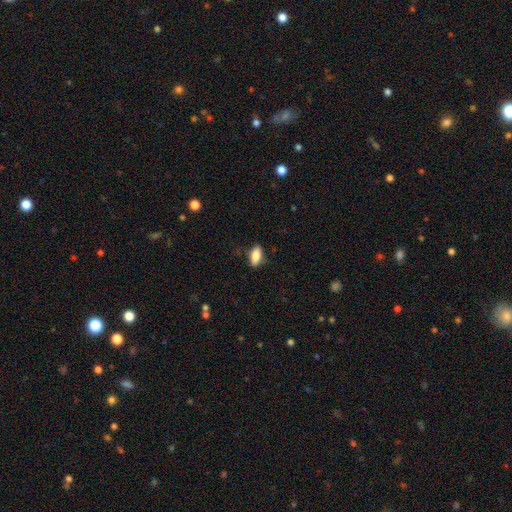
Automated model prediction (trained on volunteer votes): Smooth or featured?
  - smooth: 82% *
  - featured or disk: 11%
  - star or artifact: 7%
How rounded?
  - in between: 81% *
  - cigar-shaped: 15%
  - round: 3%
Merging?
  - none: 81% *
  - minor disturbance: 14%
  - major disturbance: 3%
  - merger: 1%